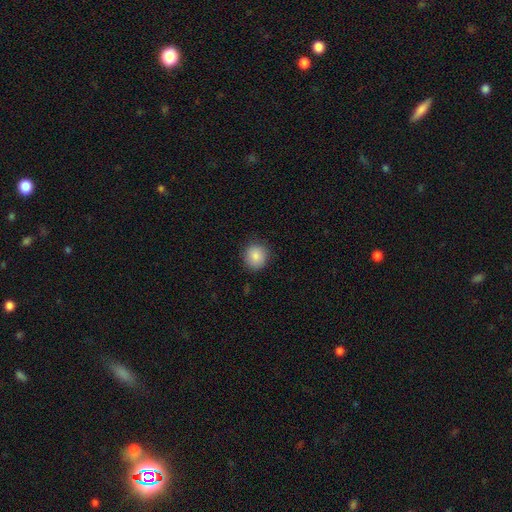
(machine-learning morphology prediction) This appears to be a smooth galaxy with no disk features (86%) that is round (86%). Merging: none (85%).